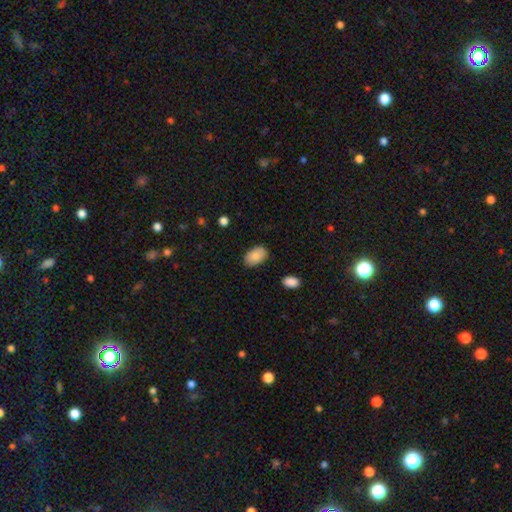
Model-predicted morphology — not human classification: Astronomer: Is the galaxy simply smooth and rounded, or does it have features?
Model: smooth — 86%.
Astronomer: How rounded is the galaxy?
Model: in between — 92%.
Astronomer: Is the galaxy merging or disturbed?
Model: none — 82%.